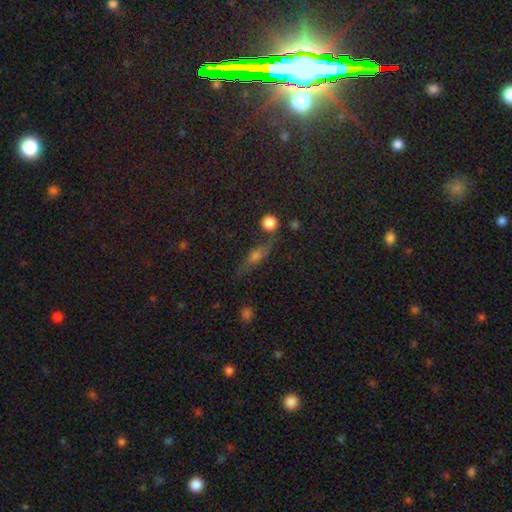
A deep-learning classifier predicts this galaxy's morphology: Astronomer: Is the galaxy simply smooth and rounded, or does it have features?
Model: featured or disk — 44% (runner-up: smooth, 40%).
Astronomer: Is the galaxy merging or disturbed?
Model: none — 74%.